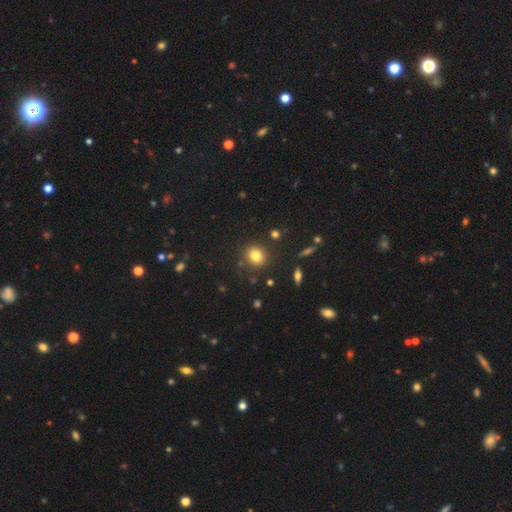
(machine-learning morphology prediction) smooth 81%, star or artifact 12%, featured or disk 7%. Down the decision tree: how rounded — round (70%); merging — none (85%).